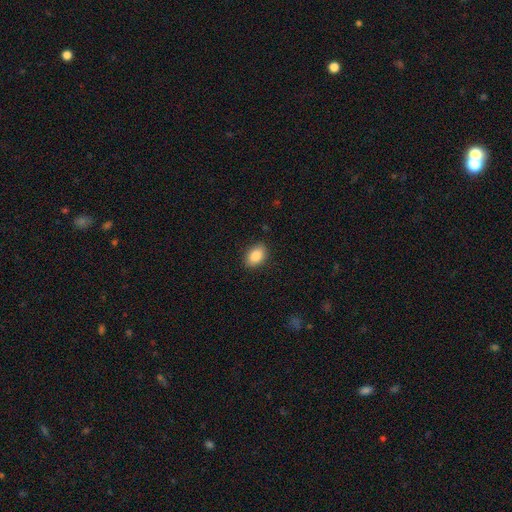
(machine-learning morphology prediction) Smooth or featured?
  - smooth: 87% *
  - star or artifact: 8%
  - featured or disk: 5%
How rounded?
  - in between: 86% *
  - round: 13%
  - cigar-shaped: 1%
Merging?
  - none: 87% *
  - minor disturbance: 10%
  - major disturbance: 2%
  - merger: 1%